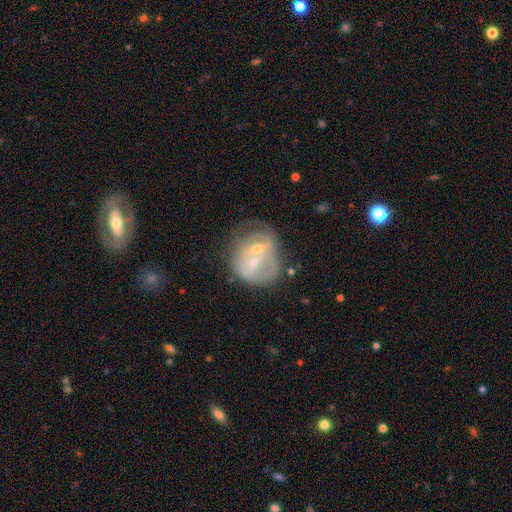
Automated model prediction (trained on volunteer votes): Q: Smooth or featured?
A: featured or disk (64%); runner-up: smooth (26%)
Q: Edge-on disk?
A: no (96%); runner-up: yes (4%)
Q: Bar?
A: no (46%); runner-up: weak (36%)
Q: Spiral arms?
A: no (50%); tied with: yes (50%)
Q: Bulge size?
A: small (54%); runner-up: moderate (39%)
Q: Merging?
A: merger (47%); runner-up: none (30%)